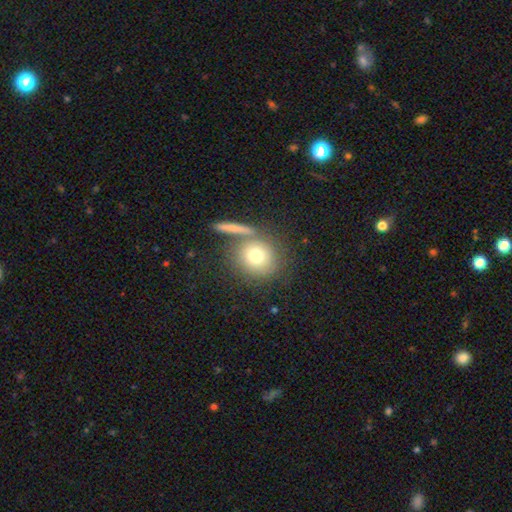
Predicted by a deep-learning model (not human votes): This appears to be a smooth galaxy with no disk features (74%) that is round (88%). Merging: none (67%).